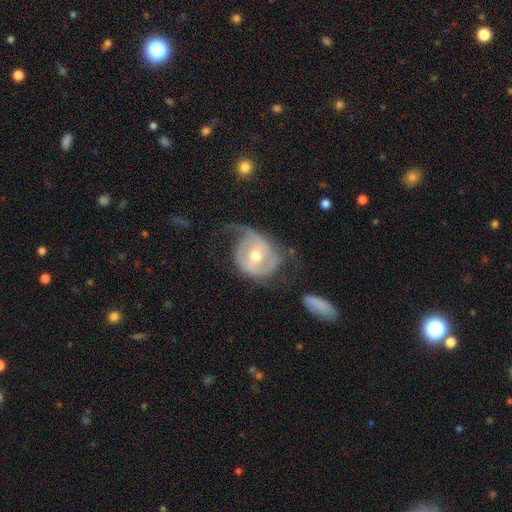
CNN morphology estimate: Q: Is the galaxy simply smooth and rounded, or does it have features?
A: featured or disk — 70%.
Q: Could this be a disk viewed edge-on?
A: no — 96%.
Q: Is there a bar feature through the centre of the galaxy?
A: no — 53%.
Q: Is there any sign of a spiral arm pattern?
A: yes — 76%.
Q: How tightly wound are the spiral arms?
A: loose — 46%.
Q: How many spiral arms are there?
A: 1 — 42%.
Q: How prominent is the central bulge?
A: moderate — 73%.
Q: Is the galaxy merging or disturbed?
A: major disturbance — 42%.